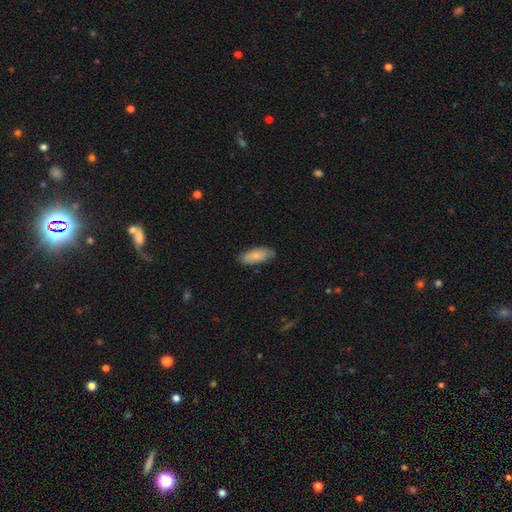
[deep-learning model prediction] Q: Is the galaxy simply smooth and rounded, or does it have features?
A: smooth — 82%.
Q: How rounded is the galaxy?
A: in between — 81%.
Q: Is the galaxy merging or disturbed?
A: none — 79%.